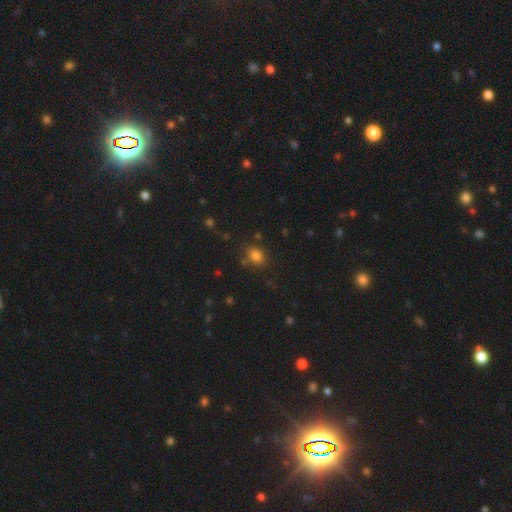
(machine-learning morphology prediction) The model was most divided on "how rounded": round: 55%, in between: 43%, cigar-shaped: 1%. More confident: smooth or featured — smooth (79%); merging — none (76%).